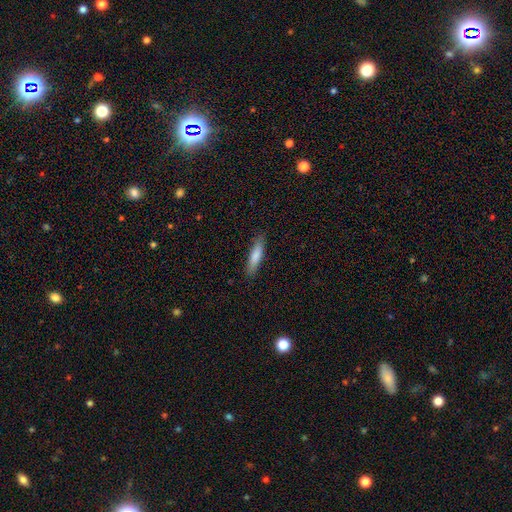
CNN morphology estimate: Smooth or featured? smooth (81%)
How rounded? cigar-shaped (77%)
Merging? none (86%)